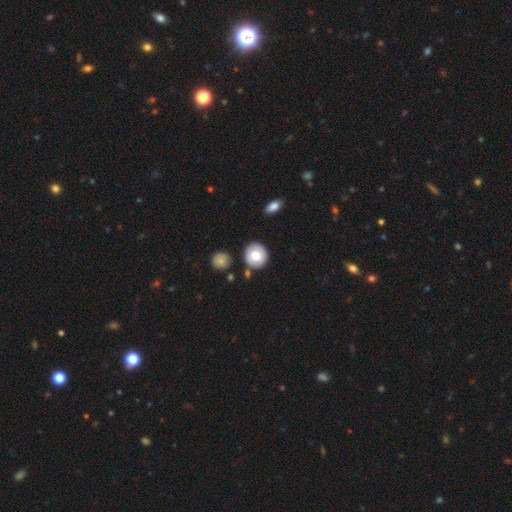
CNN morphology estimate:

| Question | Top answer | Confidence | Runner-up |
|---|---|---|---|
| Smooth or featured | smooth | 72% | featured or disk (20%) |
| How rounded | round | 83% | in between (16%) |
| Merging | none | 80% | minor disturbance (12%) |